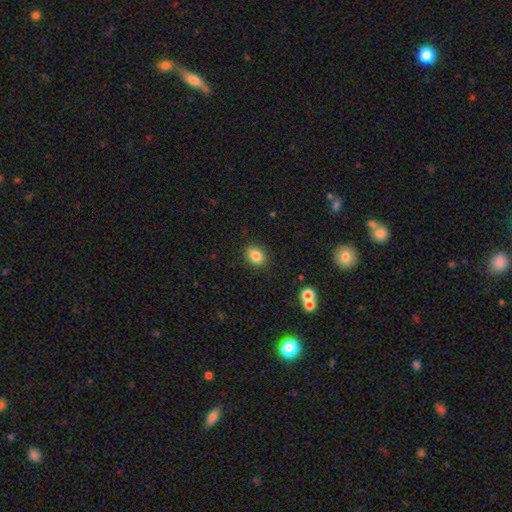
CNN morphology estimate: smooth 84%, star or artifact 10%, featured or disk 6%. Down the decision tree: how rounded — in between (56%); merging — none (88%).